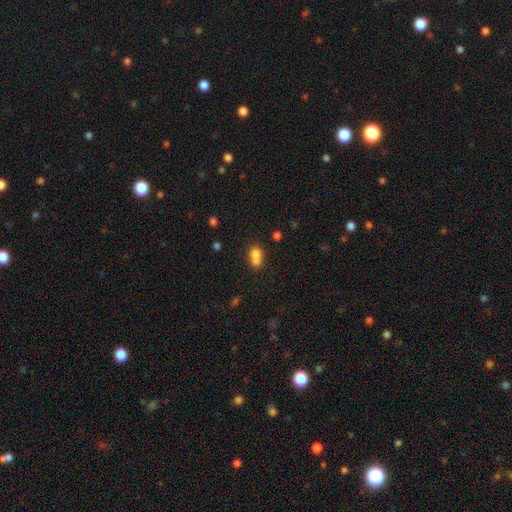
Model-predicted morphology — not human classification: type=smooth (77%); roundness=in between (69%); merging=merger (42%).